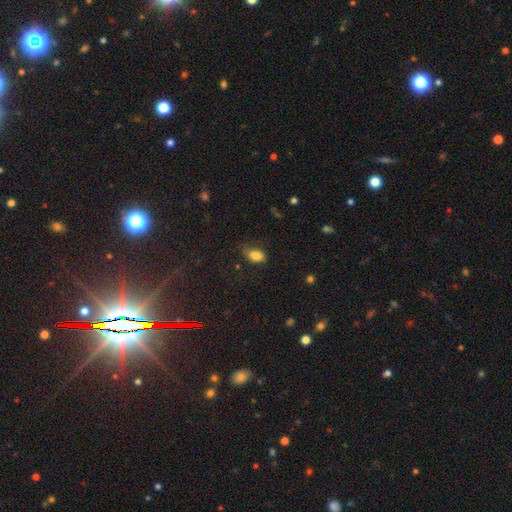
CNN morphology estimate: Smooth or featured?
  - smooth: 80% *
  - star or artifact: 10%
  - featured or disk: 10%
How rounded?
  - in between: 87% *
  - round: 11%
  - cigar-shaped: 2%
Merging?
  - none: 51% *
  - minor disturbance: 33%
  - major disturbance: 14%
  - merger: 2%